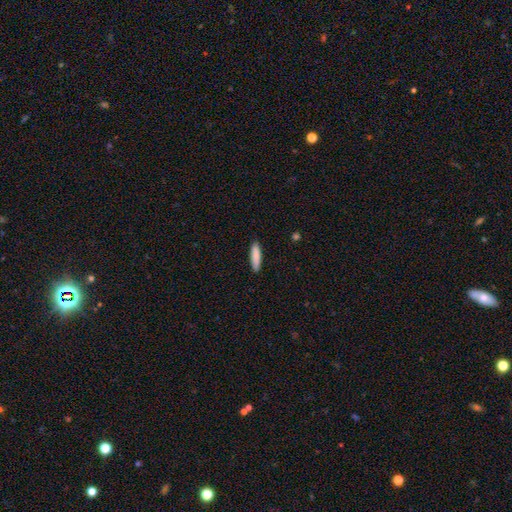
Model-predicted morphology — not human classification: A smooth galaxy with no disk features (87%) that is cigar-shaped (77%). Merging: none (88%).